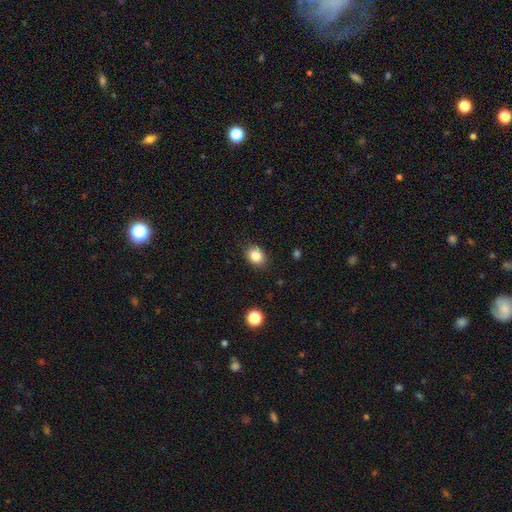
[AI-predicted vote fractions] Smooth or featured? Predicted: smooth (p=0.85). How rounded? Predicted: in between (p=0.50). Merging? Predicted: none (p=0.86).